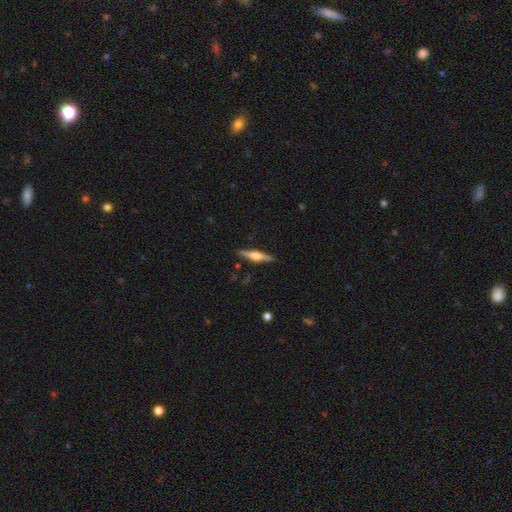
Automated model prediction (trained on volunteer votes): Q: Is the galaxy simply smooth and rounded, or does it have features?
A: featured or disk — 70%.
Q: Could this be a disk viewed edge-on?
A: yes — 97%.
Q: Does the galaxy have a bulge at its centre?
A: rounded — 88%.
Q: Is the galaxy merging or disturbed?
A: none — 89%.